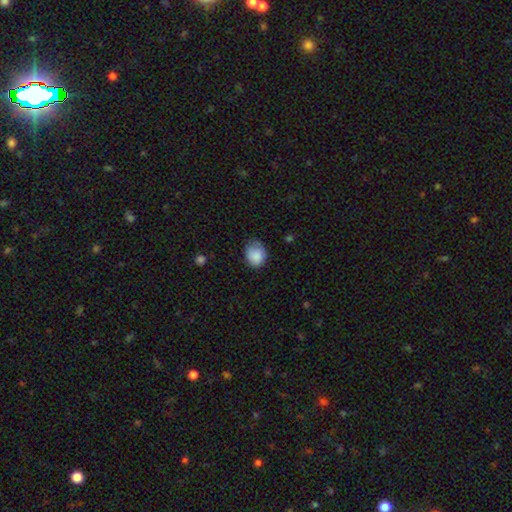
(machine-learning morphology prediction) smooth 85%, featured or disk 8%, star or artifact 7%. Down the decision tree: how rounded — round (59%); merging — none (58%).